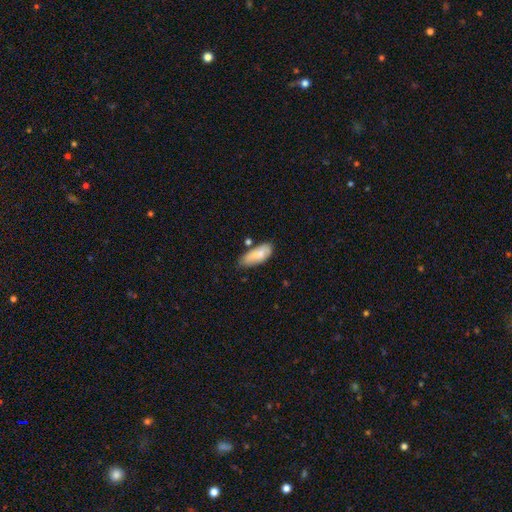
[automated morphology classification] This is likely a smooth galaxy (79%). How rounded: clearly in between (82%). Merging: possibly none (59%).